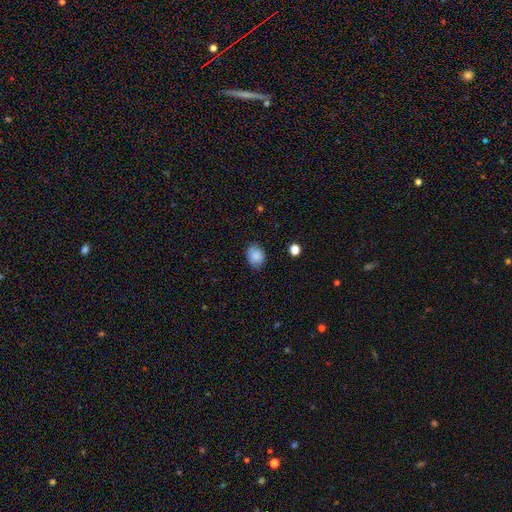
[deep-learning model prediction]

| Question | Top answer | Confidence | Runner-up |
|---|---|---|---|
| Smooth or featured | smooth | 86% | star or artifact (8%) |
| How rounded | in between | 59% | round (40%) |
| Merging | none | 79% | minor disturbance (16%) |